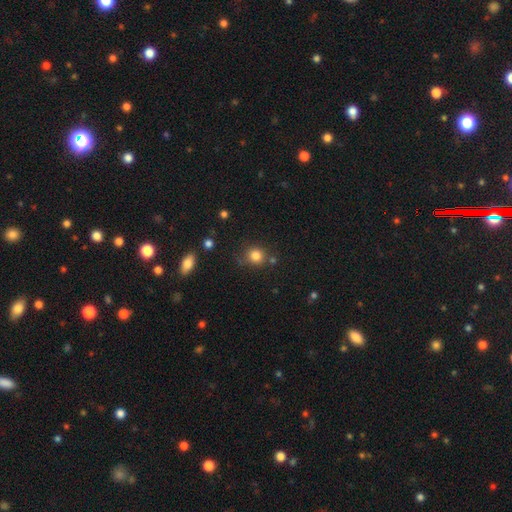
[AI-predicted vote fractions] smooth_or_featured: smooth (p=0.82) [alt: star or artifact p=0.12]
how_rounded: round (p=0.85) [alt: in between p=0.14]
merging: none (p=0.73) [alt: minor disturbance p=0.15]